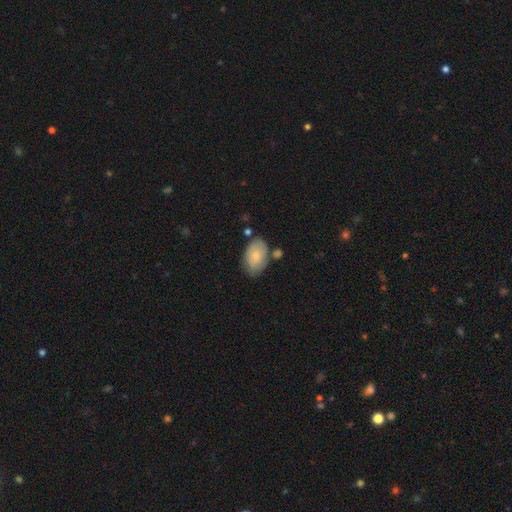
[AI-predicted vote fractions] Overall: smooth (75%). How rounded: in between (89%). Merging: none (66%).